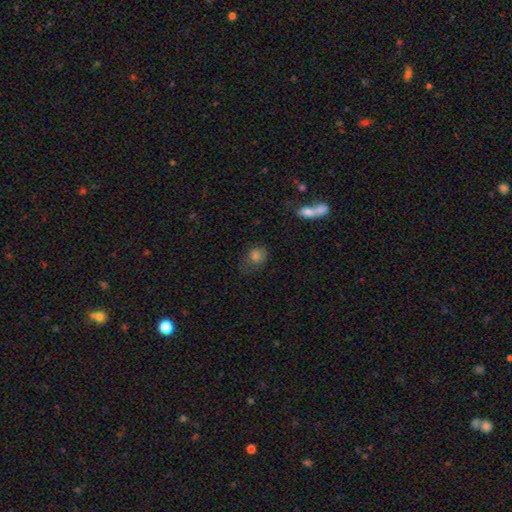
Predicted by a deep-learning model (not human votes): This appears to be a smooth galaxy with no disk features (76%) that is round (57%). Merging: none (53%).